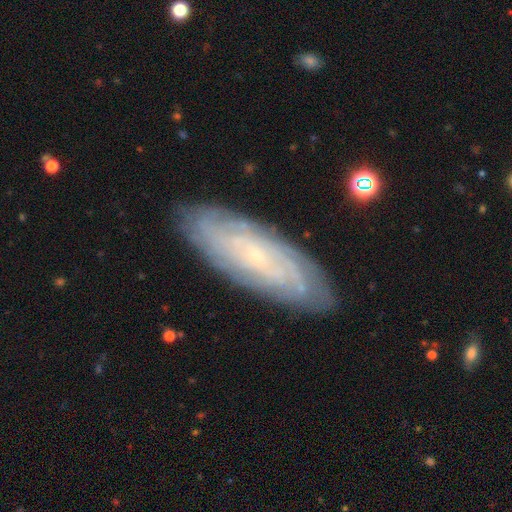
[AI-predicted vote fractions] A featured or disk galaxy (76%) with no bar (67%), tight (77%) spiral arms (93%) and a small central bulge (83%). Merging: none (84%).